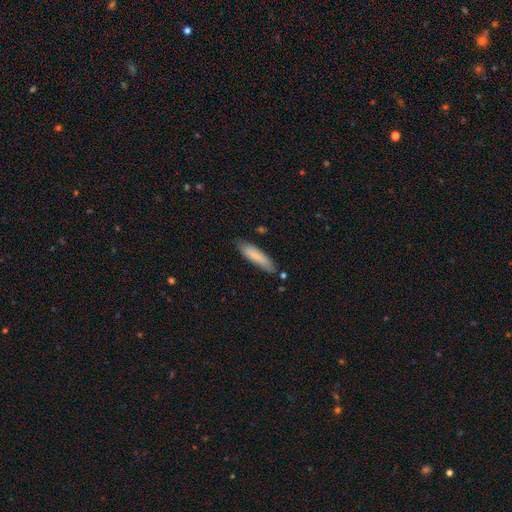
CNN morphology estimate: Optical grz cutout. It shows a smooth galaxy with no disk features (83%) that is cigar-shaped (76%). Merging: none (75%).